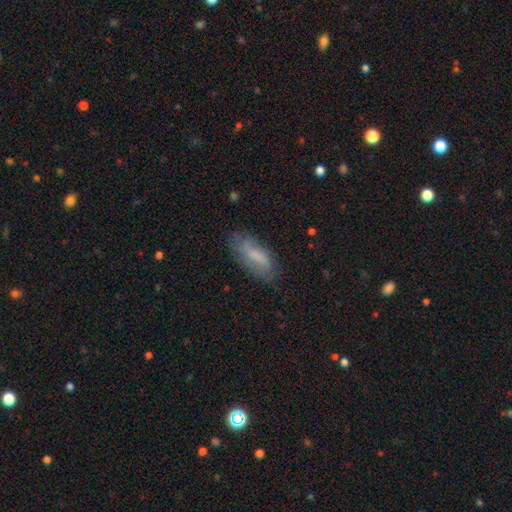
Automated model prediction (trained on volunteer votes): The model was most divided on "smooth or featured": smooth: 64%, featured or disk: 28%, star or artifact: 8%. More confident: how rounded — in between (71%); merging — none (70%).